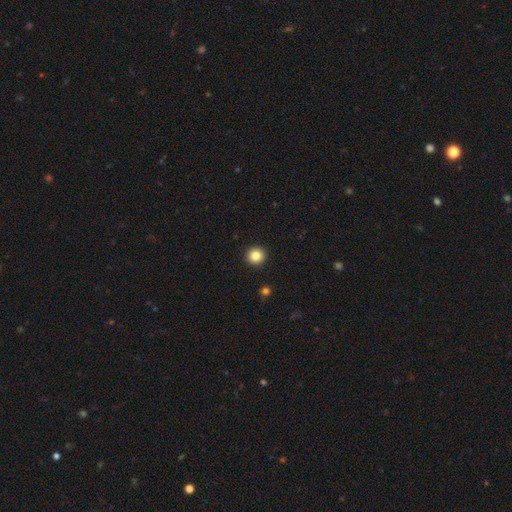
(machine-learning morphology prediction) This is clearly a smooth galaxy (84%). How rounded: clearly round (95%). Merging: clearly none (94%).